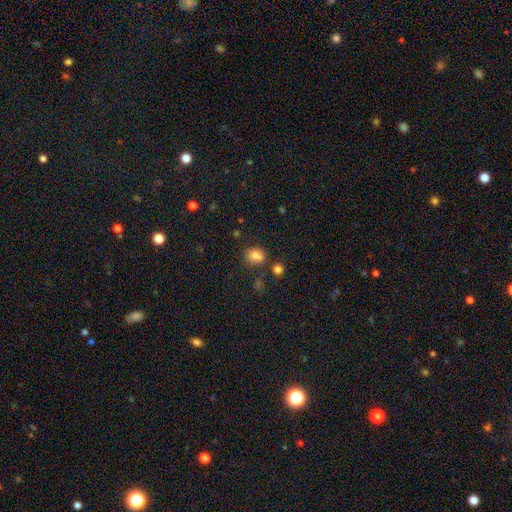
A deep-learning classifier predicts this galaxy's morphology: Q: Smooth or featured?
A: smooth (76%); runner-up: star or artifact (14%)
Q: How rounded?
A: round (57%); runner-up: in between (42%)
Q: Merging?
A: none (63%); runner-up: merger (19%)